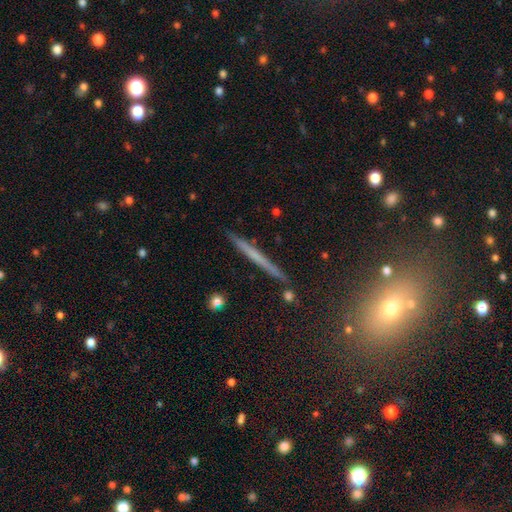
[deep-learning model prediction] Smooth or featured: featured or disk — 48% (smooth — 42%)
Merging: none — 88% (minor disturbance — 8%)